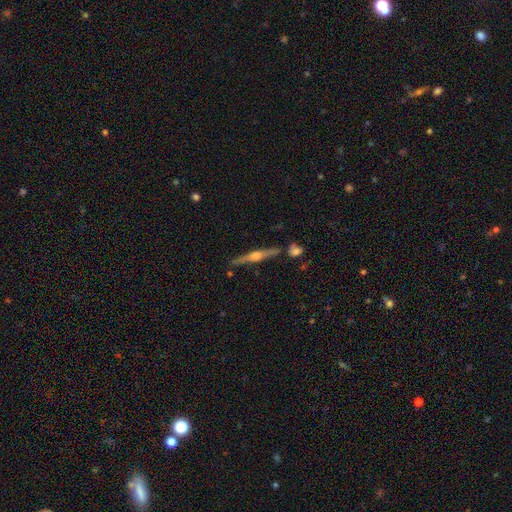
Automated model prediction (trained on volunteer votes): Smooth or featured? Predicted: featured or disk (p=0.83). Edge-on disk? Predicted: yes (p=0.98). Edge-on bulge? Predicted: rounded (p=0.88). Merging? Predicted: none (p=0.83).